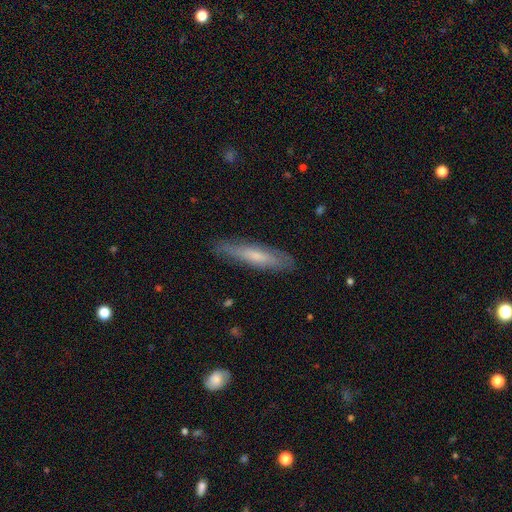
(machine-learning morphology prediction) Q: Smooth or featured?
A: smooth (52%); runner-up: featured or disk (42%)
Q: How rounded?
A: cigar-shaped (85%); runner-up: in between (14%)
Q: Merging?
A: none (82%); runner-up: minor disturbance (14%)